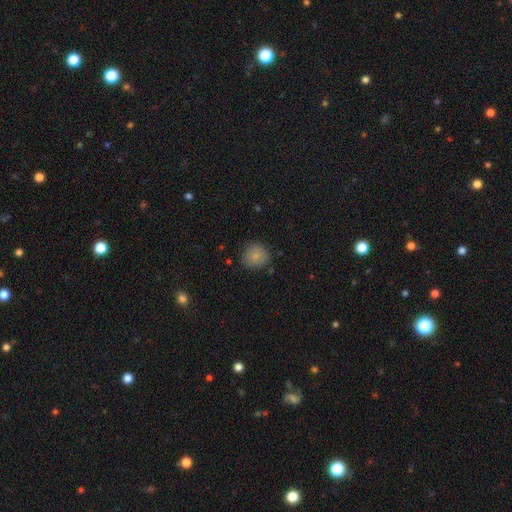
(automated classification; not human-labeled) Overall: smooth (82%). How rounded: round (87%). Merging: none (81%).